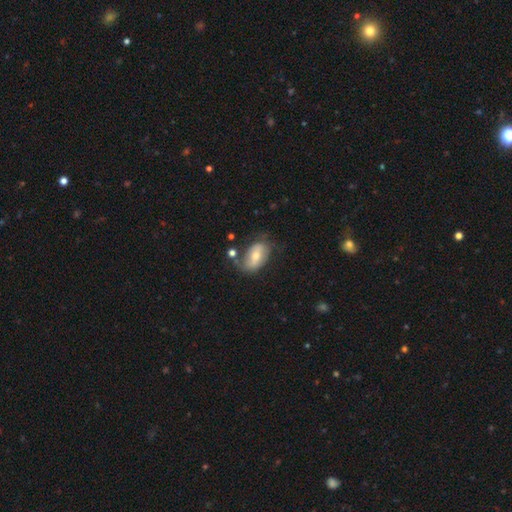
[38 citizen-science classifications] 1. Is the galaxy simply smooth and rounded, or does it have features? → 61% smooth, 34% featured or disk, 5% star or artifact.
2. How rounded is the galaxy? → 83% in between, 13% round, 4% cigar-shaped.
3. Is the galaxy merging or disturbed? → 42% none, 36% minor disturbance, 11% major disturbance, 11% merger.